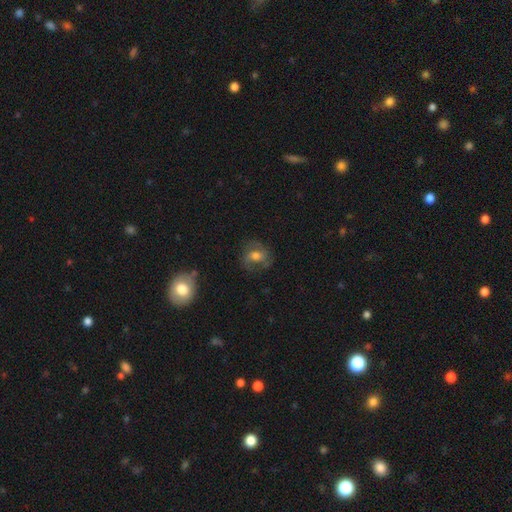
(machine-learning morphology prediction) smooth_or_featured: featured or disk (p=0.48) [alt: smooth p=0.42]
merging: none (p=0.66) [alt: minor disturbance p=0.20]